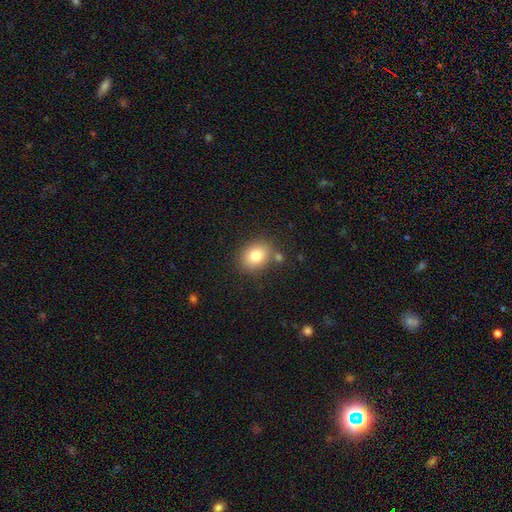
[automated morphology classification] Q: Smooth or featured?
A: smooth (80%); runner-up: featured or disk (10%)
Q: How rounded?
A: in between (51%); runner-up: round (49%)
Q: Merging?
A: none (76%); runner-up: minor disturbance (12%)